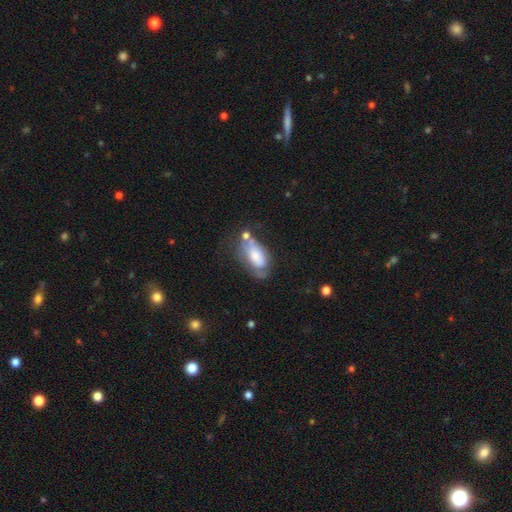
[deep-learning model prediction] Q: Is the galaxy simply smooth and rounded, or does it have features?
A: smooth — 57%.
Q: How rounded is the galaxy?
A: in between — 89%.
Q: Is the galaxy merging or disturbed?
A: none — 37%.